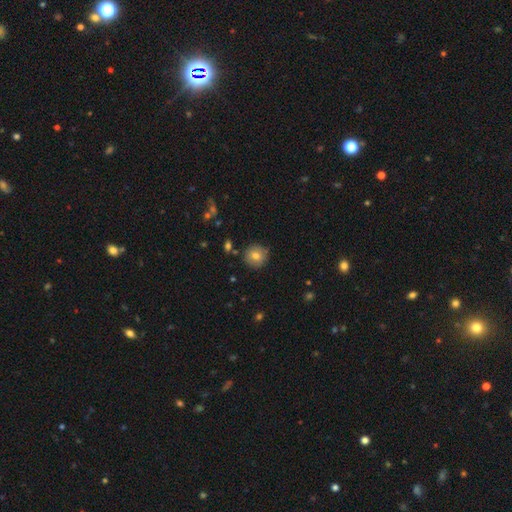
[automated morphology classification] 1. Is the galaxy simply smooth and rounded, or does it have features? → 75% smooth, 14% featured or disk, 10% star or artifact.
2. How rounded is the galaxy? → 93% round, 6% in between, 1% cigar-shaped.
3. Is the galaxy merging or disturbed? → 86% none, 9% minor disturbance, 3% merger, 2% major disturbance.